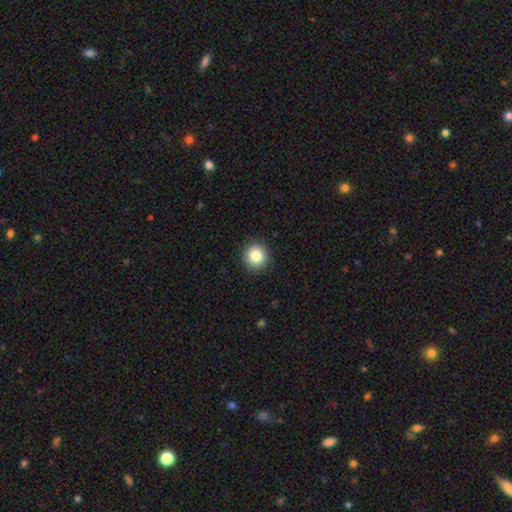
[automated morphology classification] type=smooth (85%); roundness=round (91%); merging=none (91%).